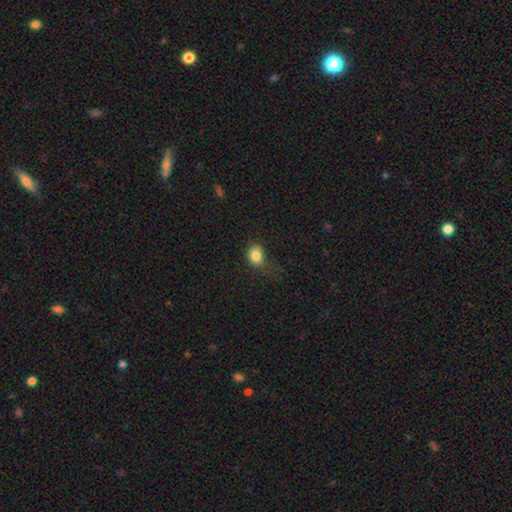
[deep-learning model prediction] smooth 83%, star or artifact 11%, featured or disk 6%. Down the decision tree: how rounded — in between (54%); merging — none (50%).